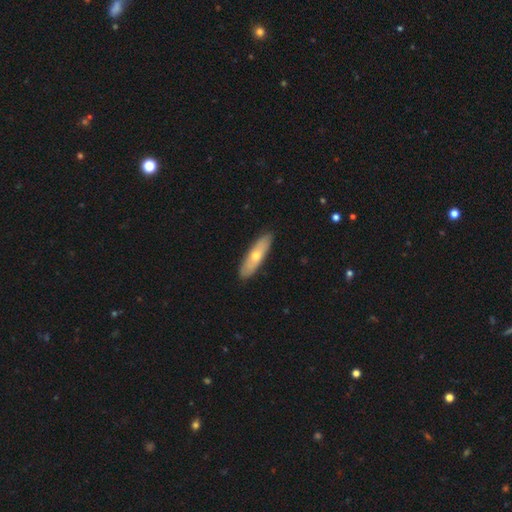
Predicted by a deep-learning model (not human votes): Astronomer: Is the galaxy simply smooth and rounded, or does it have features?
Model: smooth — 57% (runner-up: featured or disk, 38%).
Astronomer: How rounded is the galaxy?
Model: cigar-shaped — 63%.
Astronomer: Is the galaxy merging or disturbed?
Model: none — 89%.